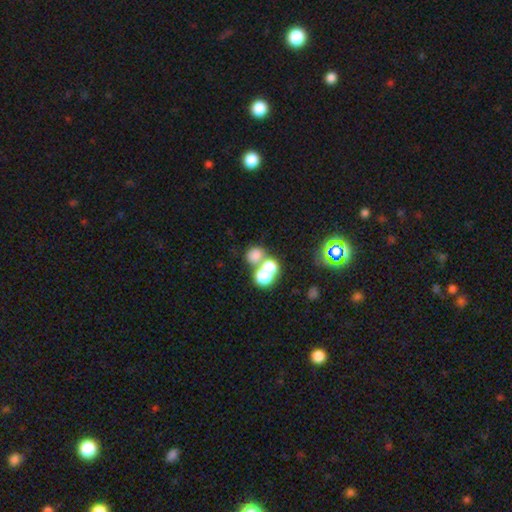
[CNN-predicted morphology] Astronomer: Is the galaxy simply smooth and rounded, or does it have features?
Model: smooth — 67%.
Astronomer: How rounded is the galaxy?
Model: round — 71%.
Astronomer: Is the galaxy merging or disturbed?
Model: merger — 52% (runner-up: none, 37%).